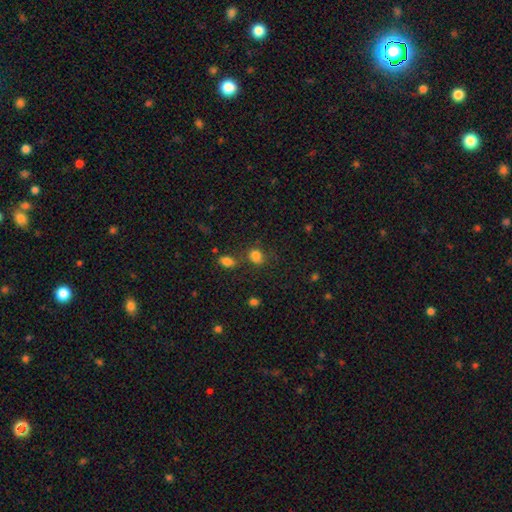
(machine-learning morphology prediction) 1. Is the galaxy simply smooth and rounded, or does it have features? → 81% smooth, 13% star or artifact, 6% featured or disk.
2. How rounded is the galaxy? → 54% round, 45% in between, 1% cigar-shaped.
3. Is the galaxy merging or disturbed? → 63% none, 16% merger, 15% minor disturbance, 6% major disturbance.